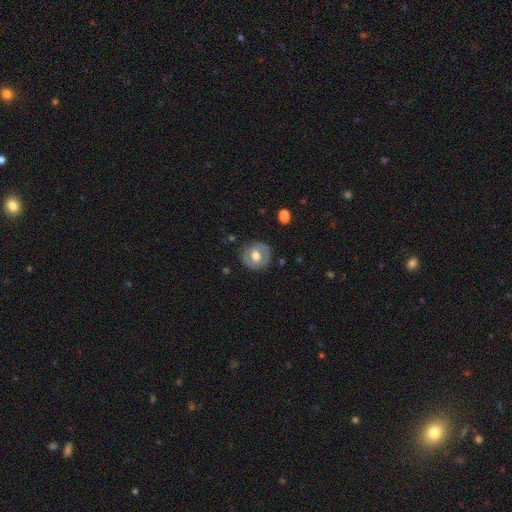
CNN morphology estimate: Smooth or featured? smooth (50%)
Merging? none (81%)